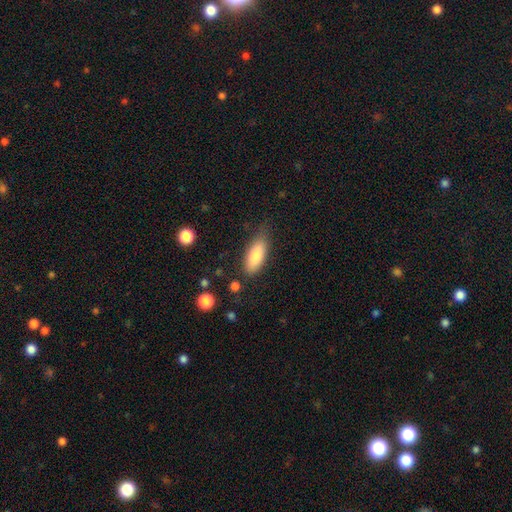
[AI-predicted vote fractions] Smooth or featured: smooth — 83% (featured or disk — 10%)
How rounded: in between — 73% (cigar-shaped — 25%)
Merging: none — 74% (minor disturbance — 19%)